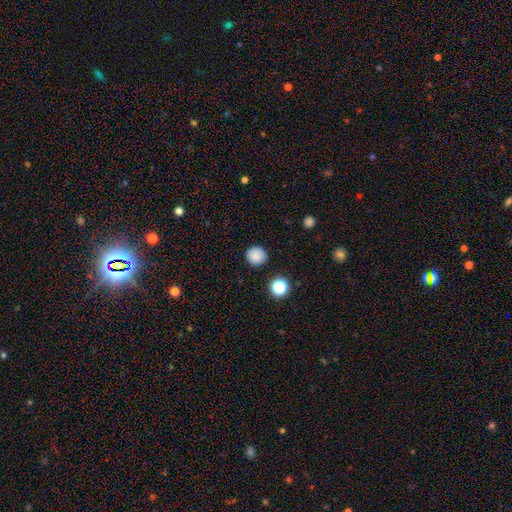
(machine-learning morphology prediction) smooth_or_featured: smooth (p=0.85) [alt: star or artifact p=0.10]
how_rounded: round (p=0.93) [alt: in between p=0.06]
merging: none (p=0.90) [alt: minor disturbance p=0.06]